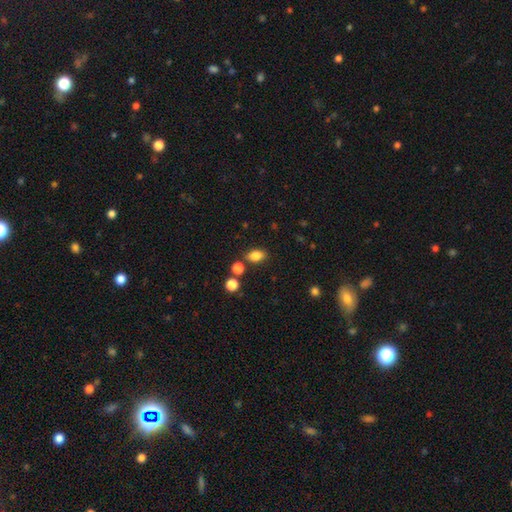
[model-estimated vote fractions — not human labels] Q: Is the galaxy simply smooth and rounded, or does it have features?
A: smooth — 82%.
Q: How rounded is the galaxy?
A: in between — 80%.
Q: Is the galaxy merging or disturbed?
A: none — 76%.